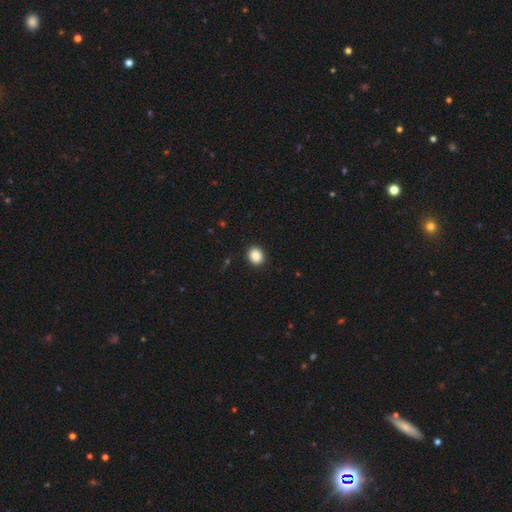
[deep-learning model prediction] Smooth or featured: smooth — 87% (star or artifact — 9%)
How rounded: round — 66% (in between — 33%)
Merging: none — 92% (minor disturbance — 6%)